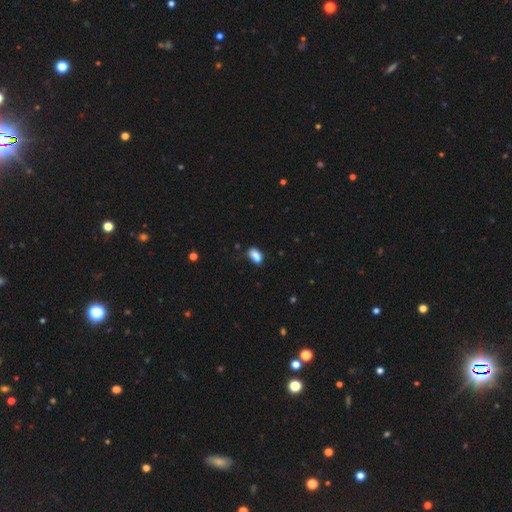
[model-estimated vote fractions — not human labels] smooth_or_featured: smooth (p=0.85) [alt: star or artifact p=0.09]
how_rounded: in between (p=0.90) [alt: round p=0.07]
merging: none (p=0.60) [alt: minor disturbance p=0.29]